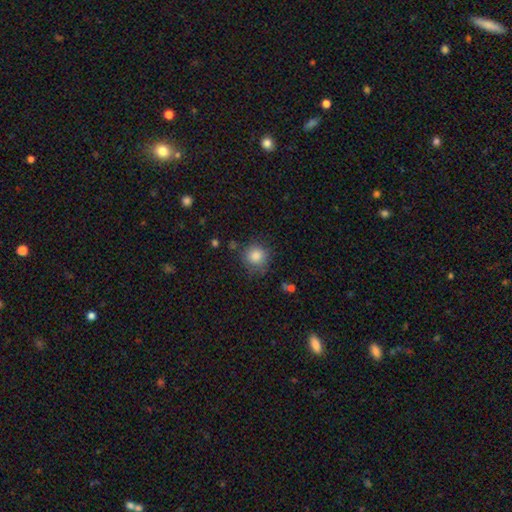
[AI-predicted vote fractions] A smooth galaxy with no disk features (85%) that is round (90%).

Vote fractions:
- Smooth or featured? smooth: 85% / star or artifact: 9% / featured or disk: 5%
- How rounded? round: 90% / in between: 10% / cigar-shaped: 1%
- Merging? none: 74% / minor disturbance: 18% / major disturbance: 5% / merger: 3%